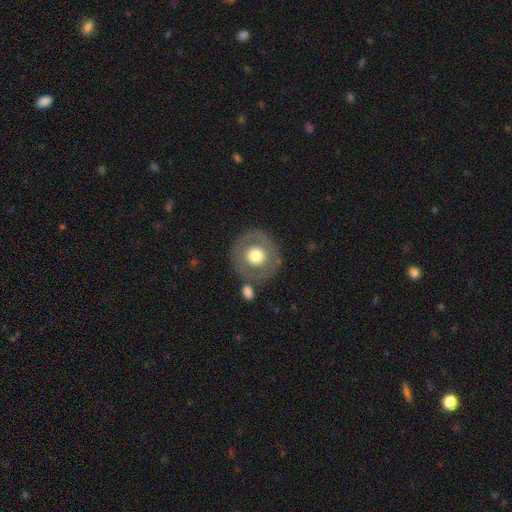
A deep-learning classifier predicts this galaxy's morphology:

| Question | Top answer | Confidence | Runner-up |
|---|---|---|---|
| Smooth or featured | smooth | 58% | featured or disk (35%) |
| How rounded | round | 93% | in between (6%) |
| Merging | none | 77% | minor disturbance (11%) |